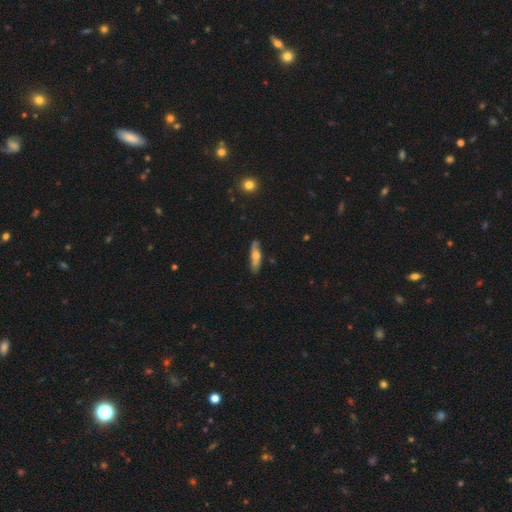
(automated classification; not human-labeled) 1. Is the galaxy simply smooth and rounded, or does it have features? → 47% smooth (tied), 47% featured or disk (tied), 6% star or artifact.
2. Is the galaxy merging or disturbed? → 82% none, 14% minor disturbance, 2% major disturbance, 1% merger.